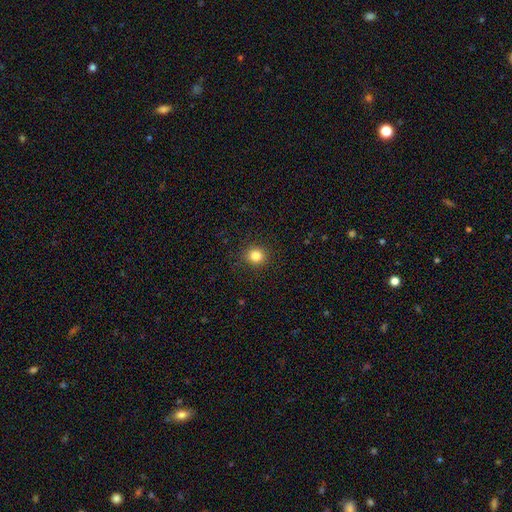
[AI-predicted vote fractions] smooth 83%, star or artifact 12%, featured or disk 5%. Down the decision tree: how rounded — round (86%); merging — none (90%).